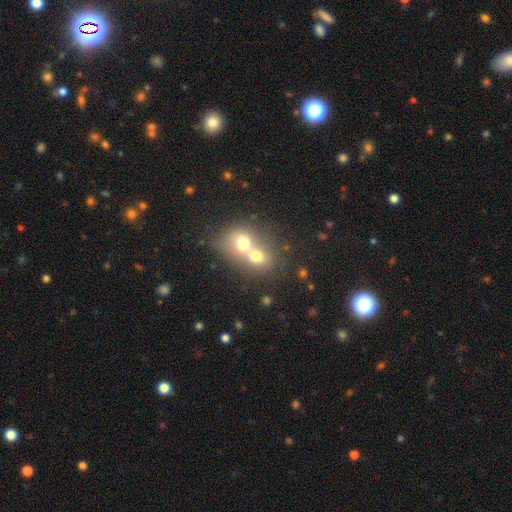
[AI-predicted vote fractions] smooth_or_featured: smooth (p=0.66) [alt: featured or disk p=0.22]
how_rounded: round (p=0.59) [alt: in between p=0.40]
merging: merger (p=0.74) [alt: none p=0.17]